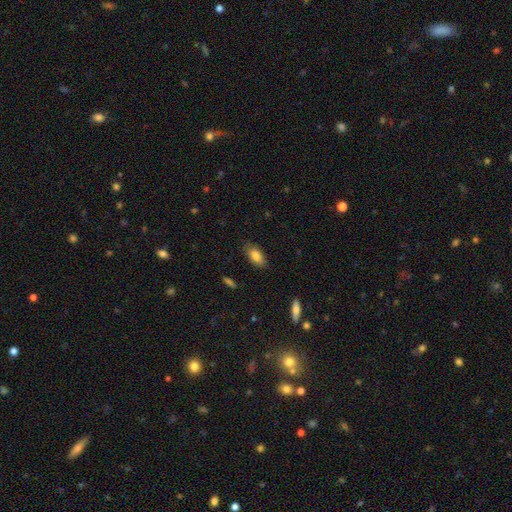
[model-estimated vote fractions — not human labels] Smooth or featured? smooth (83%)
How rounded? in between (88%)
Merging? none (82%)